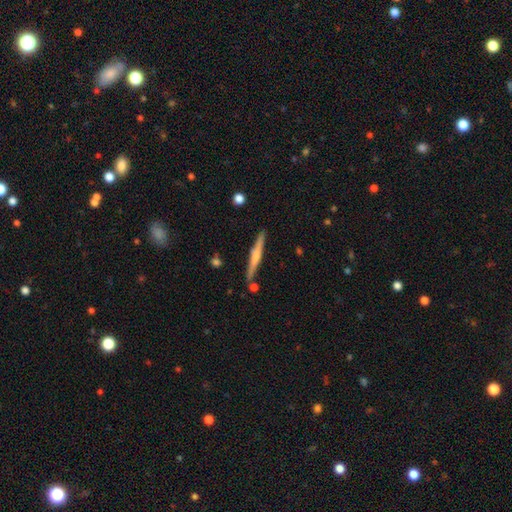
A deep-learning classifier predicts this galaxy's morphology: This appears to be a featured or disk galaxy (60%) viewed edge-on (98%) with a rounded central bulge (64%). Merging: none (85%).